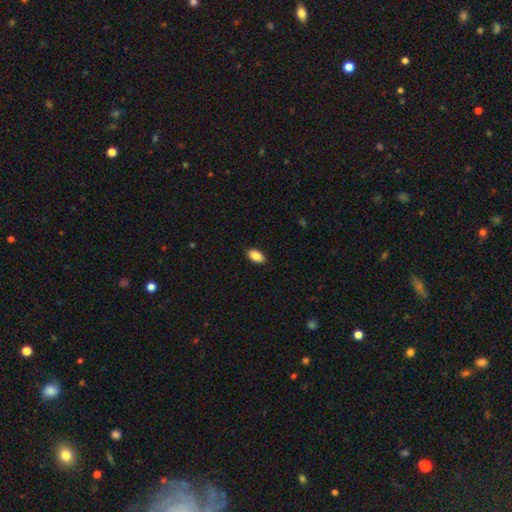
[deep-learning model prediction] smooth_or_featured: smooth (p=0.89) [alt: star or artifact p=0.07]
how_rounded: in between (p=0.92) [alt: round p=0.06]
merging: none (p=0.89) [alt: minor disturbance p=0.09]